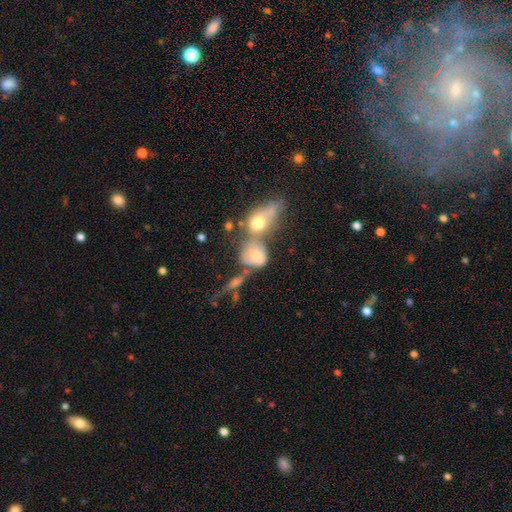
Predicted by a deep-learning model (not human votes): smooth 62%, featured or disk 26%, star or artifact 12%. Down the decision tree: how rounded — round (64%); merging — merger (60%).